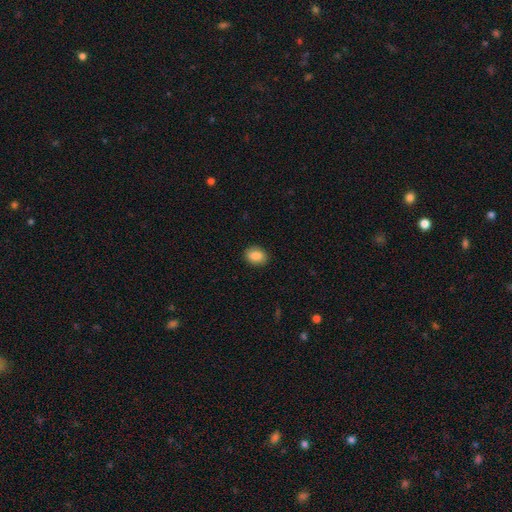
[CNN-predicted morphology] This is clearly a smooth galaxy (87%). How rounded: likely in between (65%). Merging: clearly none (89%).